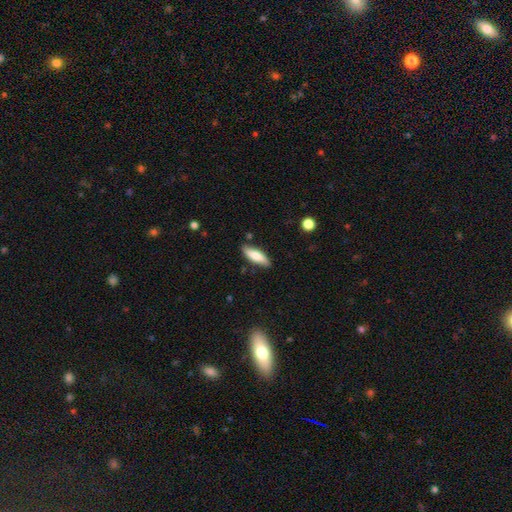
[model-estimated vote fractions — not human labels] Smooth or featured?
  - smooth: 71% *
  - featured or disk: 23%
  - star or artifact: 6%
How rounded?
  - in between: 52% *
  - cigar-shaped: 46%
  - round: 2%
Merging?
  - none: 83% *
  - minor disturbance: 13%
  - major disturbance: 2%
  - merger: 2%